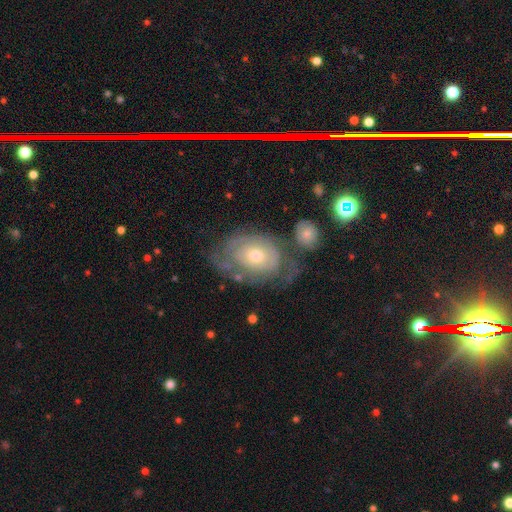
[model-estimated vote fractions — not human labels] Smooth or featured: featured or disk — 65% (smooth — 28%)
Edge-on disk: no — 95% (yes — 5%)
Bar: no — 85% (weak — 13%)
Spiral arms: yes — 64% (no — 36%)
Bulge size: moderate — 52% (small — 42%)
Merging: none — 49% (minor disturbance — 24%)